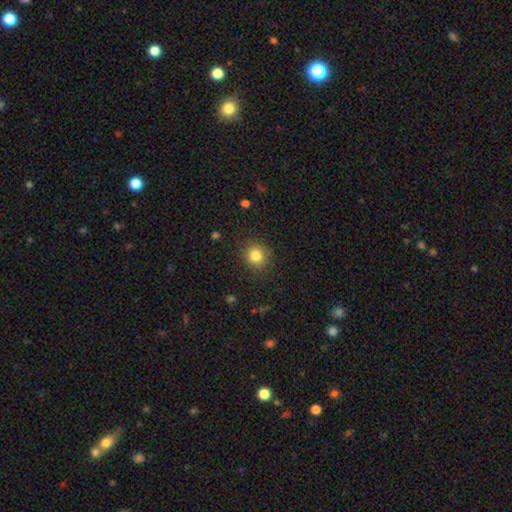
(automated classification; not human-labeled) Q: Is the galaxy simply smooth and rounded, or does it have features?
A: smooth — 82%.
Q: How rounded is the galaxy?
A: round — 85%.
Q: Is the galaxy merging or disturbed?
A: none — 88%.